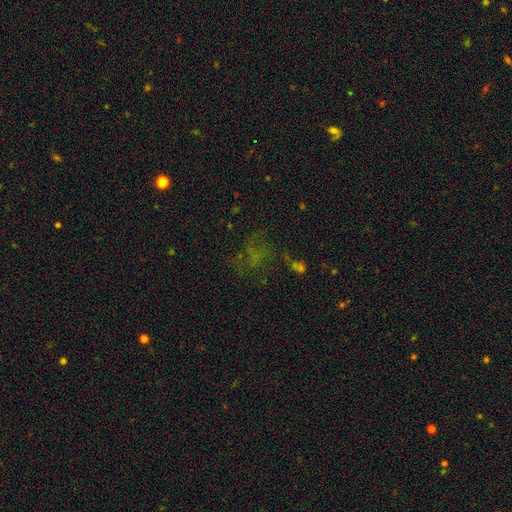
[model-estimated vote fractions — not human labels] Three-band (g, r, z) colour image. It shows a star or artifact, not a galaxy (40%).